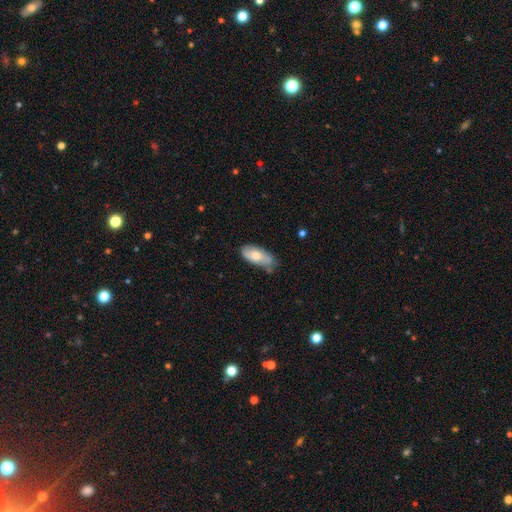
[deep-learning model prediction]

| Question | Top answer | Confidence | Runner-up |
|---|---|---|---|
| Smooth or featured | smooth | 65% | featured or disk (29%) |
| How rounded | in between | 88% | cigar-shaped (10%) |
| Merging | none | 58% | minor disturbance (31%) |